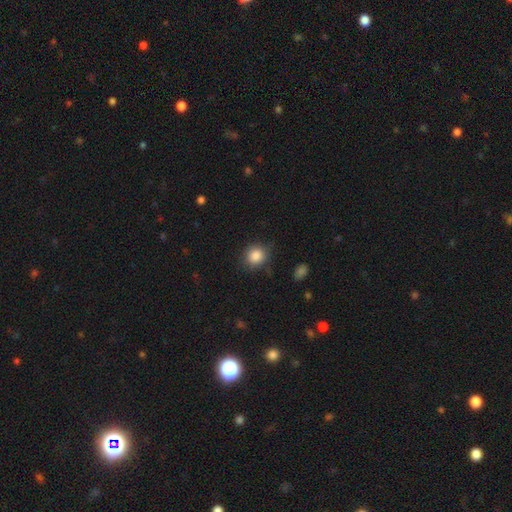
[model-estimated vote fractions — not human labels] A smooth galaxy with no disk features (86%) that is round (80%).

Vote fractions:
- Smooth or featured? smooth: 86% / star or artifact: 9% / featured or disk: 5%
- How rounded? round: 80% / in between: 19% / cigar-shaped: 1%
- Merging? none: 79% / minor disturbance: 16% / major disturbance: 4% / merger: 2%